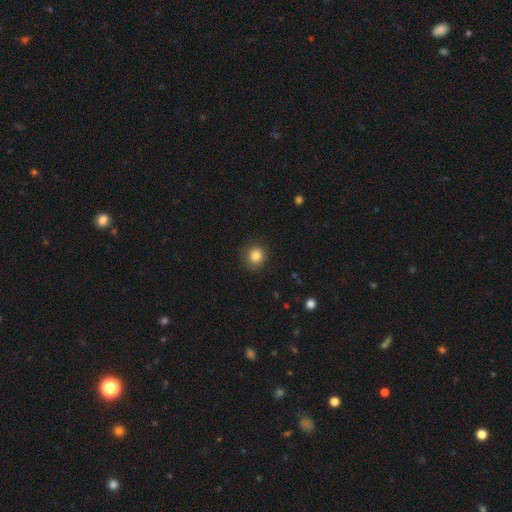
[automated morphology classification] A smooth galaxy with no disk features (84%) that is round (89%). Merging: none (88%).